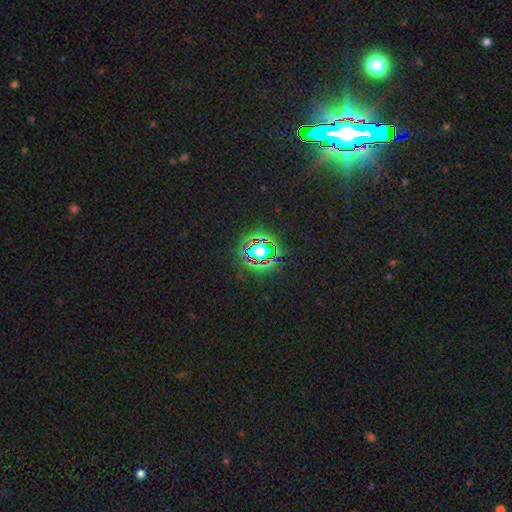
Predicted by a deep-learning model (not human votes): This appears to be a star or artifact, not a galaxy (72%).